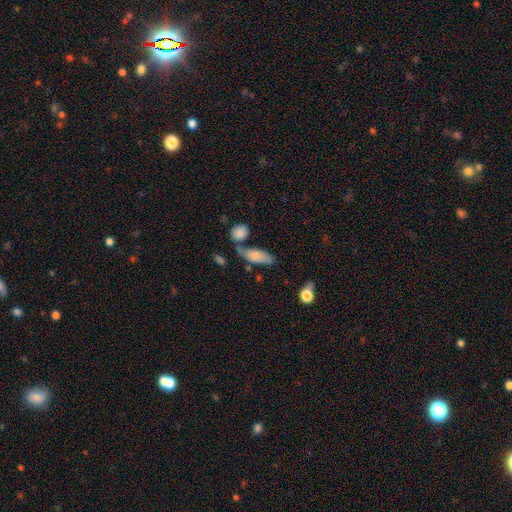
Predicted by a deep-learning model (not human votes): Smooth or featured? smooth (77%)
How rounded? in between (73%)
Merging? none (52%)